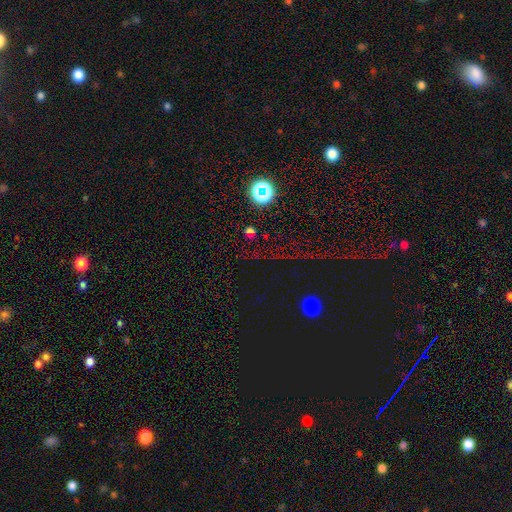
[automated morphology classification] Smooth or featured? Predicted: star or artifact (p=0.67).